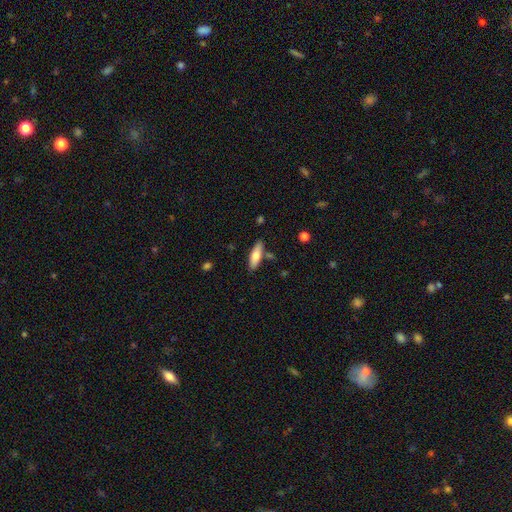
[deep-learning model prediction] Q: Smooth or featured?
A: smooth (72%); runner-up: featured or disk (22%)
Q: How rounded?
A: in between (52%); runner-up: cigar-shaped (46%)
Q: Merging?
A: none (80%); runner-up: minor disturbance (12%)